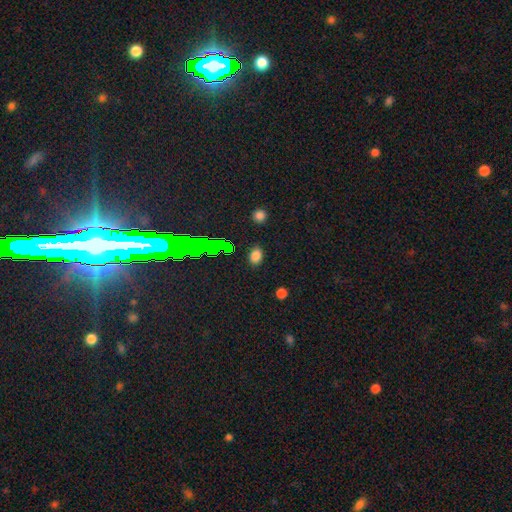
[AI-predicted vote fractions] Smooth or featured? smooth (78%)
How rounded? in between (77%)
Merging? none (86%)